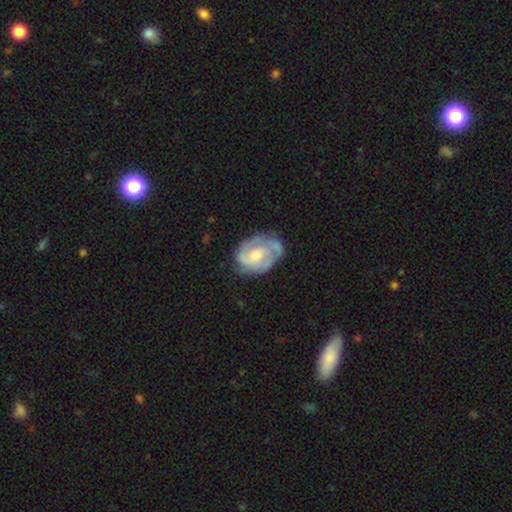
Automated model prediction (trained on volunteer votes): featured or disk 79%, smooth 16%, star or artifact 5%. Down the decision tree: edge-on disk — no (98%); bar — no (62%); spiral arms — yes (92%); spiral arm count — 2 (52%); spiral winding — tight (50%); bulge size — moderate (47%); merging — none (63%).